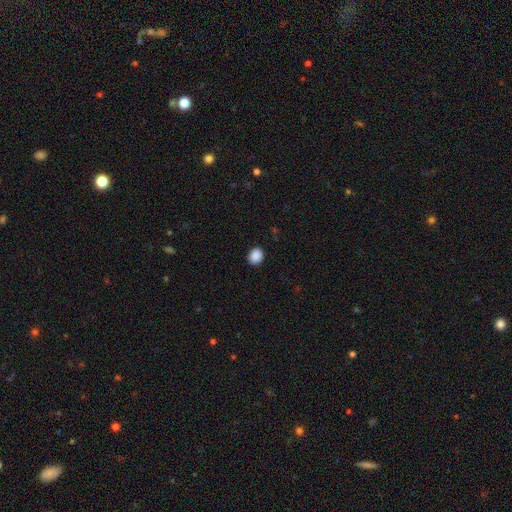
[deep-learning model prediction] A smooth galaxy with no disk features (89%) that is round (63%).

Vote fractions:
- Smooth or featured? smooth: 89% / star or artifact: 8% / featured or disk: 2%
- How rounded? round: 63% / in between: 36% / cigar-shaped: 1%
- Merging? none: 91% / minor disturbance: 7% / major disturbance: 2% / merger: 1%